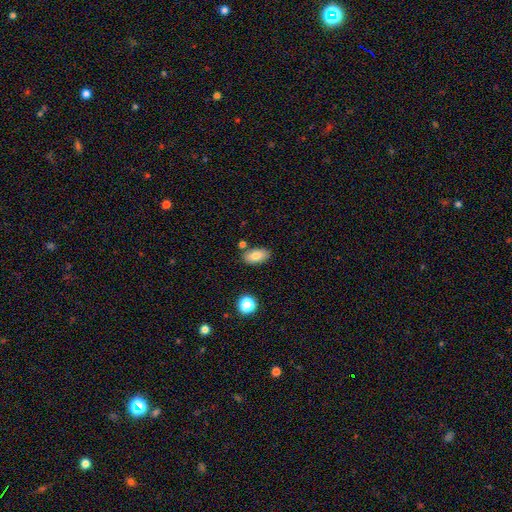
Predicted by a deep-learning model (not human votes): smooth_or_featured: smooth (p=0.81) [alt: featured or disk p=0.11]
how_rounded: in between (p=0.91) [alt: round p=0.05]
merging: none (p=0.80) [alt: minor disturbance p=0.12]